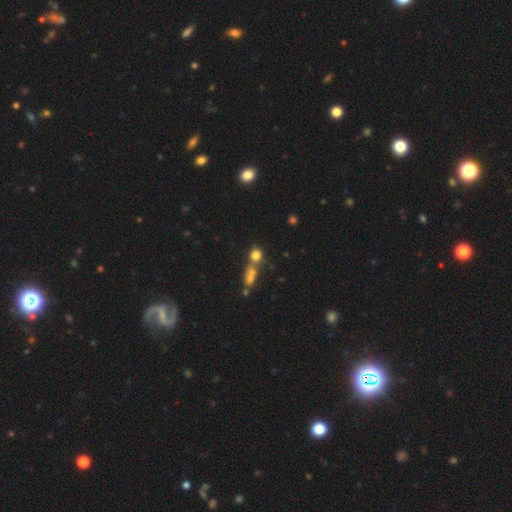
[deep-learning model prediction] A smooth galaxy with no disk features (72%) that is round (74%).

Vote fractions:
- Smooth or featured? smooth: 72% / star or artifact: 17% / featured or disk: 11%
- How rounded? round: 74% / in between: 20% / cigar-shaped: 6%
- Merging? none: 45% / merger: 42% / minor disturbance: 9% / major disturbance: 5%